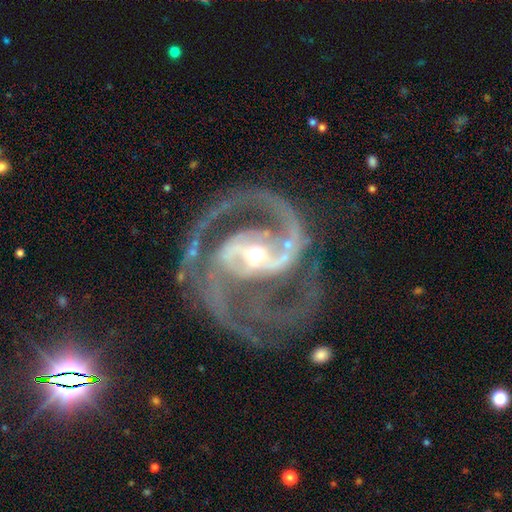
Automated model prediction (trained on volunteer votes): Overall: featured or disk (93%). Edge-on disk: no (98%). Bar: strong (53%; weak 31%). Spiral arms: yes (97%). Spiral arm count: 2 (85%). Spiral winding: medium (60%; tight 21%). Bulge size: moderate (60%; small 30%). Merging: none (65%).